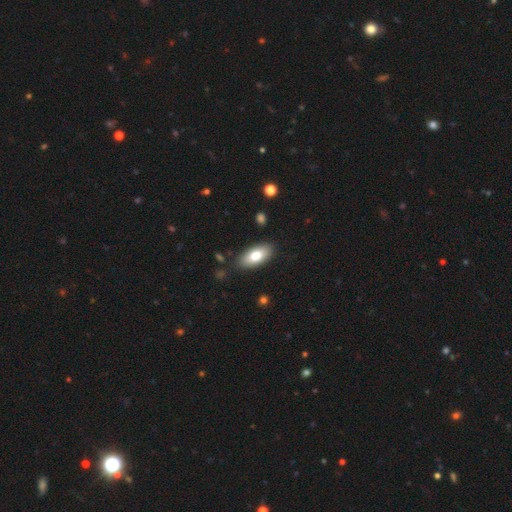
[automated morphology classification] type=smooth (78%); roundness=in between (90%); merging=none (85%).